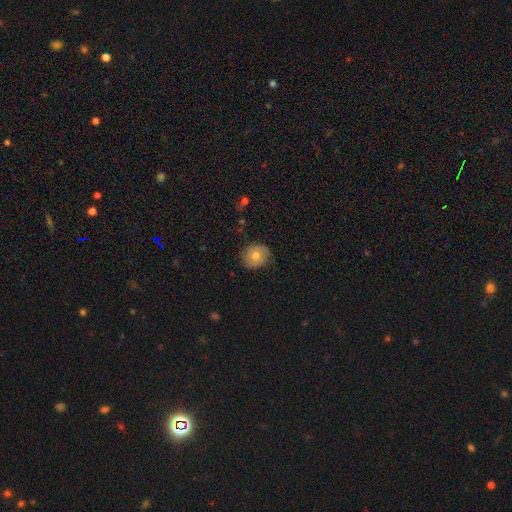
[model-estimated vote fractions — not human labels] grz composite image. It shows a smooth galaxy with no disk features (60%) that is round (82%). Merging: none (69%).